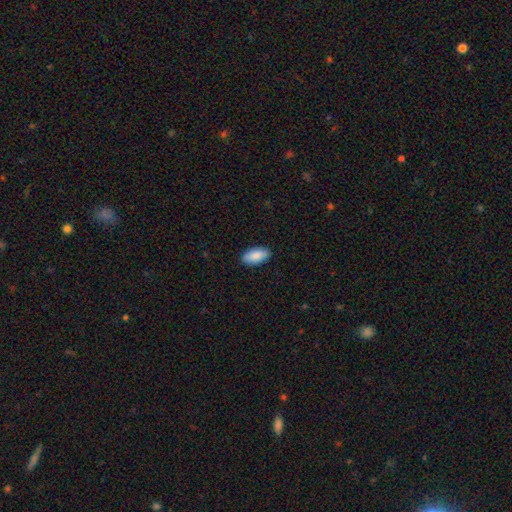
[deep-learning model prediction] A smooth galaxy with no disk features (86%) that is in between round and cigar-shaped (92%). Merging: none (90%).